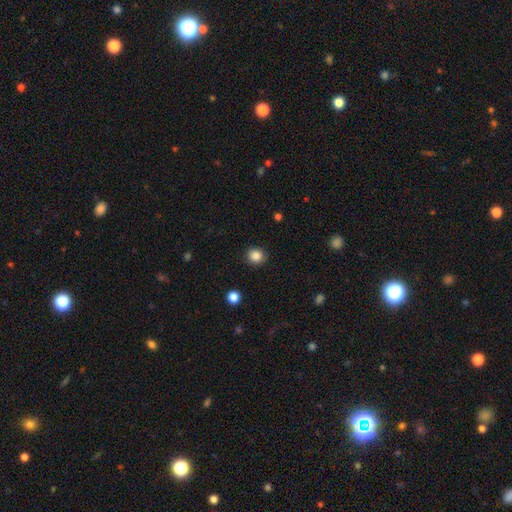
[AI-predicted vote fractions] Smooth or featured? Predicted: smooth (p=0.86). How rounded? Predicted: round (p=0.86). Merging? Predicted: none (p=0.89).